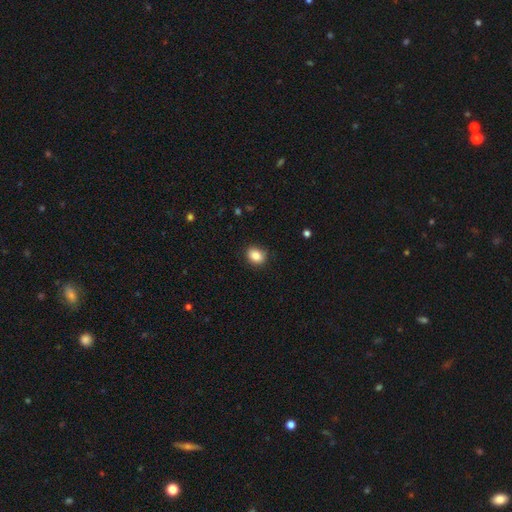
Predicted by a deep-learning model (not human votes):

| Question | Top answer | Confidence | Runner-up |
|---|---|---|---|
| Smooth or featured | smooth | 86% | star or artifact (9%) |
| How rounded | in between | 53% | round (46%) |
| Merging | none | 87% | minor disturbance (10%) |